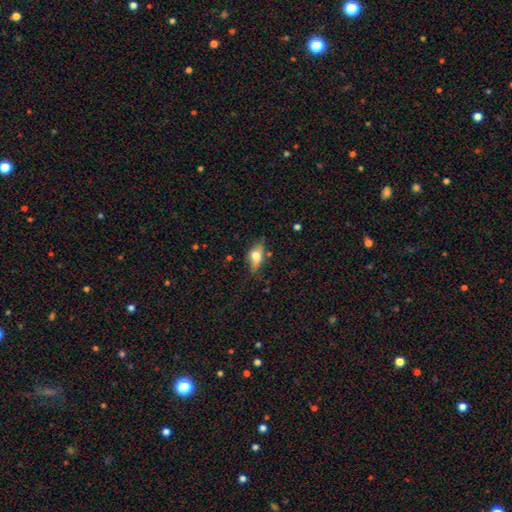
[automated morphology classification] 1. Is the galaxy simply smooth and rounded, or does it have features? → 62% smooth, 29% featured or disk, 9% star or artifact.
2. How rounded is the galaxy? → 81% in between, 12% cigar-shaped, 7% round.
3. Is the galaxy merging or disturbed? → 63% none, 26% minor disturbance, 8% major disturbance, 4% merger.